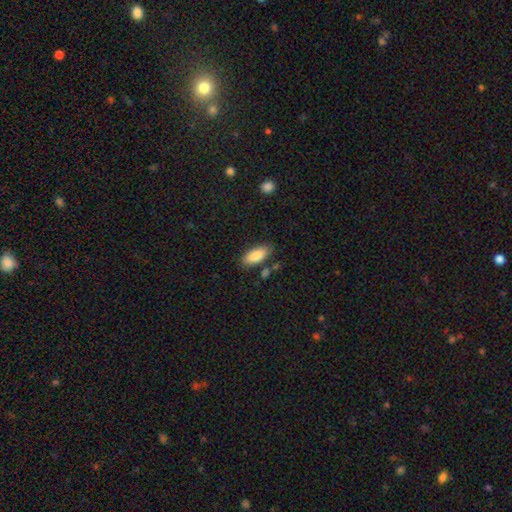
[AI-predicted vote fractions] Smooth or featured?
  - smooth: 86% *
  - featured or disk: 8%
  - star or artifact: 6%
How rounded?
  - in between: 83% *
  - cigar-shaped: 15%
  - round: 2%
Merging?
  - none: 79% *
  - minor disturbance: 13%
  - merger: 5%
  - major disturbance: 3%